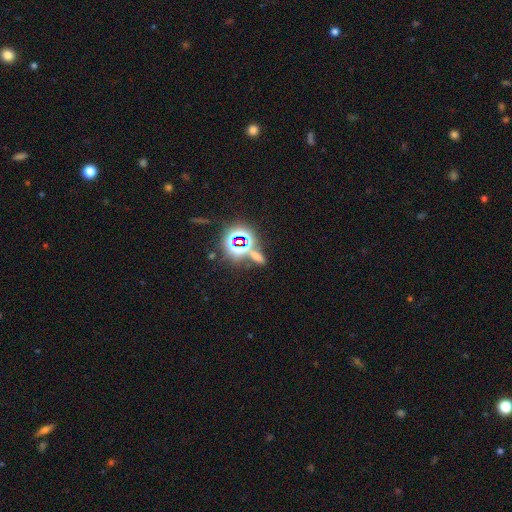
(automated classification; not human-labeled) This is possibly a star or artifact rather than a galaxy (51%).